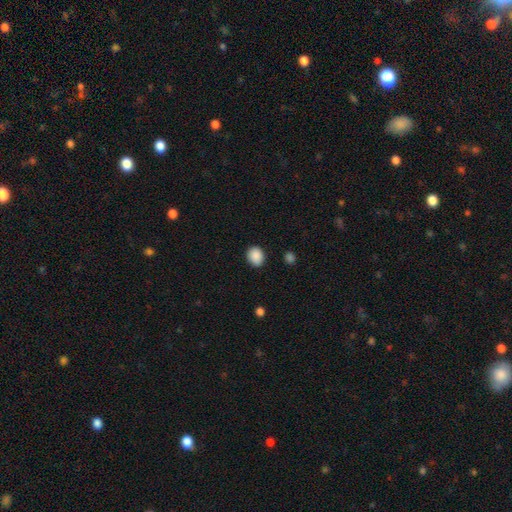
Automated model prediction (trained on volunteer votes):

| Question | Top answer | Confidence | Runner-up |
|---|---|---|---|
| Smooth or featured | smooth | 89% | star or artifact (8%) |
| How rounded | round | 54% | in between (45%) |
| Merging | none | 87% | minor disturbance (9%) |